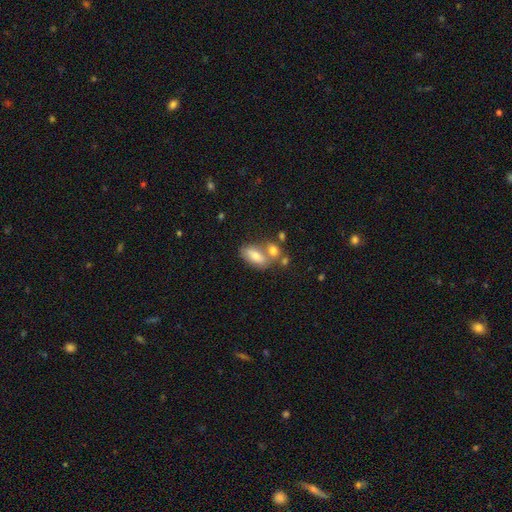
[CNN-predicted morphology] Smooth or featured? Predicted: smooth (p=0.73). How rounded? Predicted: in between (p=0.84). Merging? Predicted: none (p=0.44).